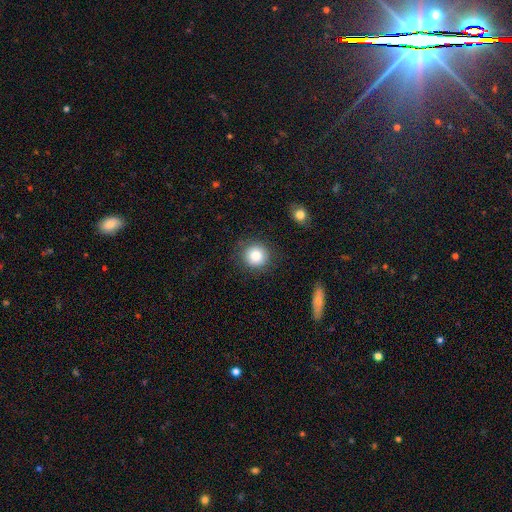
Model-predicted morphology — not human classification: This appears to be a smooth galaxy with no disk features (85%) that is round (92%). Merging: none (84%).